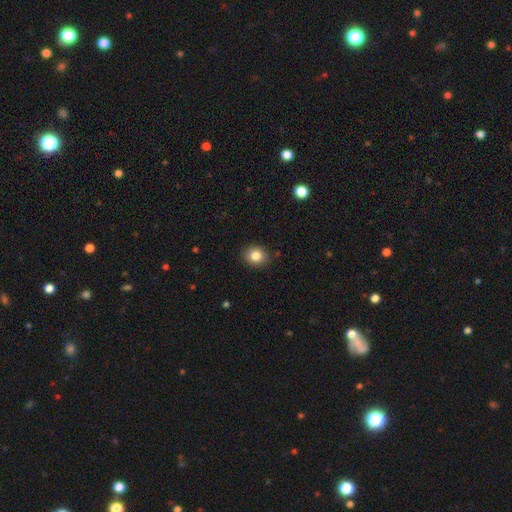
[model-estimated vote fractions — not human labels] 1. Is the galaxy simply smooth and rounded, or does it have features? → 84% smooth, 10% star or artifact, 6% featured or disk.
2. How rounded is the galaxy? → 67% round, 32% in between, 1% cigar-shaped.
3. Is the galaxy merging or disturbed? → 88% none, 9% minor disturbance, 2% major disturbance, 1% merger.